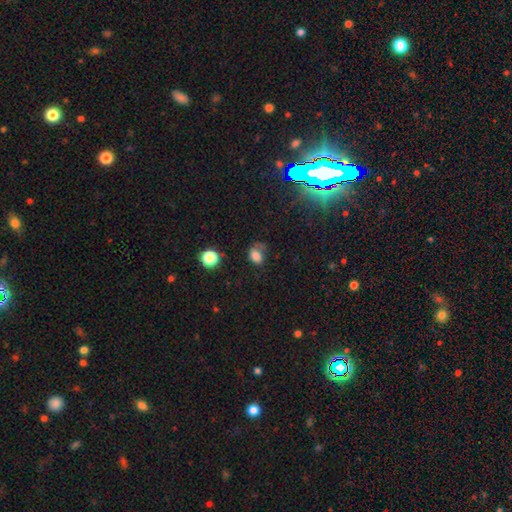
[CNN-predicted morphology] The model was most divided on "merging": none: 40%, minor disturbance: 30%, major disturbance: 27%, merger: 4%. More confident: smooth or featured — smooth (74%); how rounded — in between (67%).